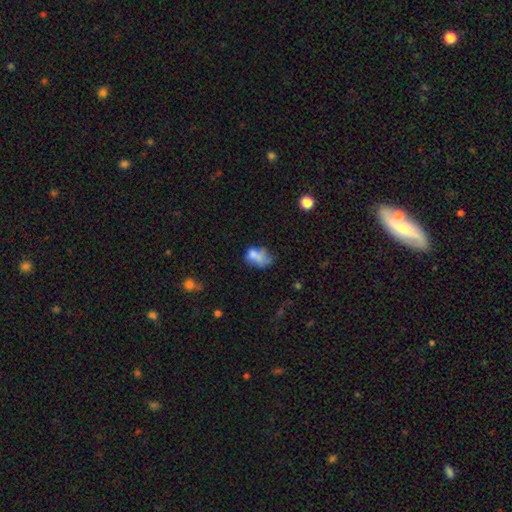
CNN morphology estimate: Q: Smooth or featured?
A: smooth (58%); runner-up: featured or disk (29%)
Q: How rounded?
A: in between (78%); runner-up: round (20%)
Q: Merging?
A: none (29%); runner-up: major disturbance (27%)